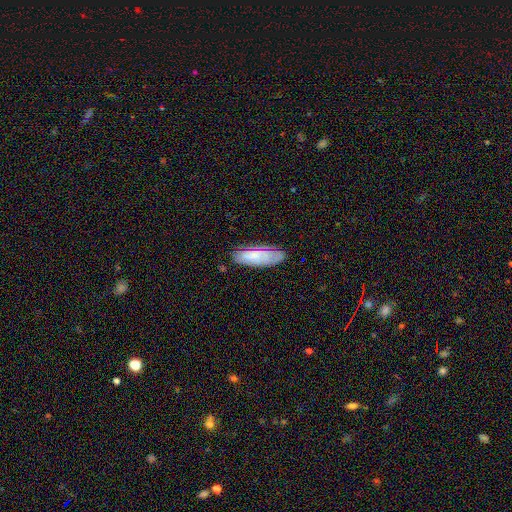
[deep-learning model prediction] A smooth galaxy with no disk features (64%) that is in between round and cigar-shaped (72%).

Vote fractions:
- Smooth or featured? smooth: 64% / featured or disk: 26% / star or artifact: 9%
- How rounded? in between: 72% / cigar-shaped: 26% / round: 2%
- Merging? none: 75% / minor disturbance: 19% / major disturbance: 4% / merger: 2%